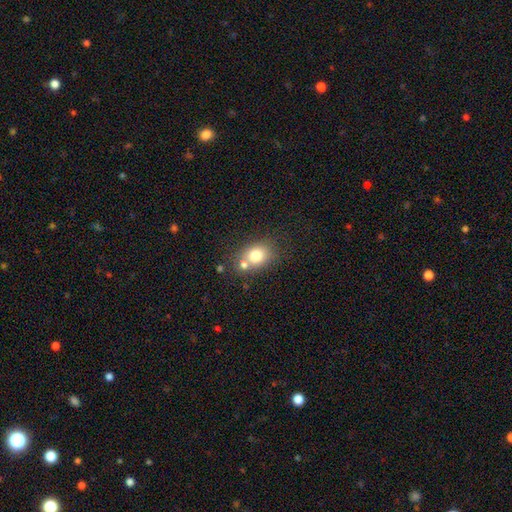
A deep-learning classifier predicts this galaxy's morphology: Smooth or featured?
  - smooth: 75% *
  - featured or disk: 14%
  - star or artifact: 11%
How rounded?
  - round: 50% *
  - in between: 49%
  - cigar-shaped: 1%
Merging?
  - none: 53% *
  - merger: 31%
  - minor disturbance: 12%
  - major disturbance: 4%